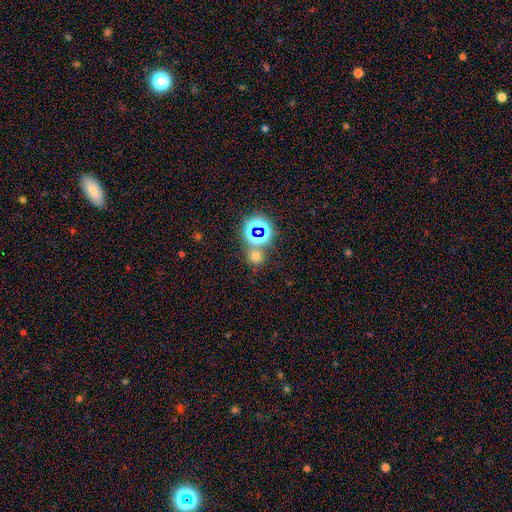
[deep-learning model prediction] Overall: smooth (56%; star or artifact 37%). How rounded: round (87%). Merging: none (68%).